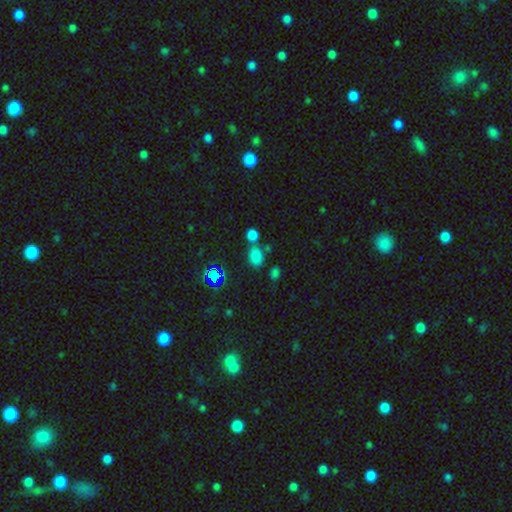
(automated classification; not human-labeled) This appears to be a smooth galaxy with no disk features (71%) that is in between round and cigar-shaped (69%). Merging: none (58%).